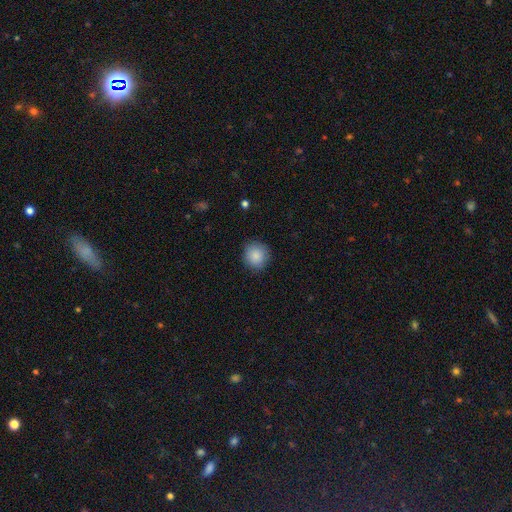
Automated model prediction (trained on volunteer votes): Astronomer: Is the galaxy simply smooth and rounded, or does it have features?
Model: smooth — 87%.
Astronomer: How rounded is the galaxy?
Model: round — 91%.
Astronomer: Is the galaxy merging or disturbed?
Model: none — 87%.